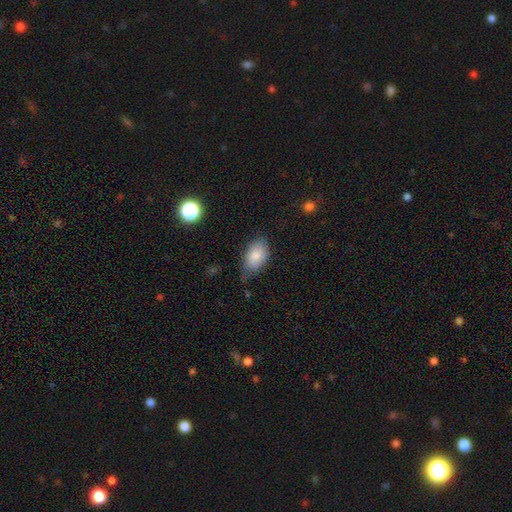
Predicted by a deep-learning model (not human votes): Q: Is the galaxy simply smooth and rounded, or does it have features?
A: smooth — 83%.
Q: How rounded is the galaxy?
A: in between — 90%.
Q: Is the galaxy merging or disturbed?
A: none — 56%.